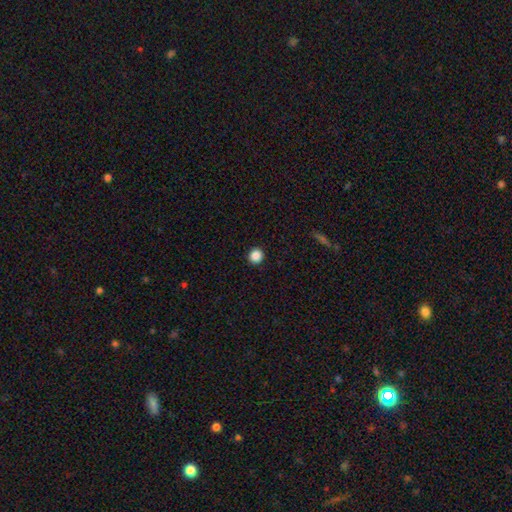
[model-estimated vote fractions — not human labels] Smooth or featured: smooth — 87% (star or artifact — 10%)
How rounded: round — 94% (in between — 5%)
Merging: none — 94% (minor disturbance — 4%)